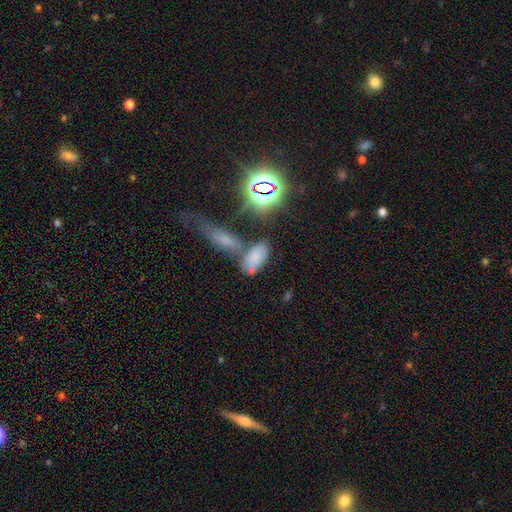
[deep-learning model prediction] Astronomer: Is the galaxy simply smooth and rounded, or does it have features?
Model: smooth — 68%.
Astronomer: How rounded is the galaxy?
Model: in between — 92%.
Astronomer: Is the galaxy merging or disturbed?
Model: none — 46% (runner-up: merger, 30%).